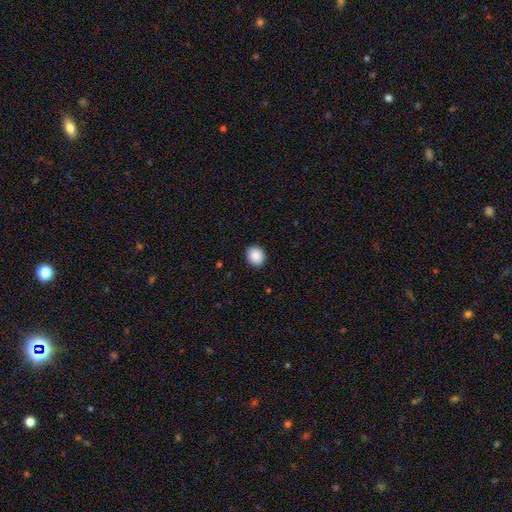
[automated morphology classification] Smooth or featured? smooth (89%)
How rounded? round (64%)
Merging? none (91%)